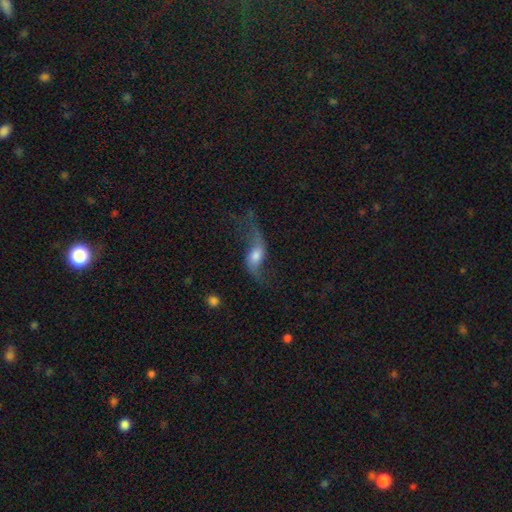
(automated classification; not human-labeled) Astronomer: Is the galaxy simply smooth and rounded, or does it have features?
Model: featured or disk — 69%.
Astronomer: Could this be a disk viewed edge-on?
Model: no — 88%.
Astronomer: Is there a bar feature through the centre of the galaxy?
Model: no — 54% (runner-up: weak, 33%).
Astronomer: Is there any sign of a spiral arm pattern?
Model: yes — 89%.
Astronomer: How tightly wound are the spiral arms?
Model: loose — 93%.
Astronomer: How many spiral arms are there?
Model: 2 — 92%.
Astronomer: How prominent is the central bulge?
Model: moderate — 48% (runner-up: large, 24%).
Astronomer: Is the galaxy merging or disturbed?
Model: none — 51% (runner-up: major disturbance, 26%).